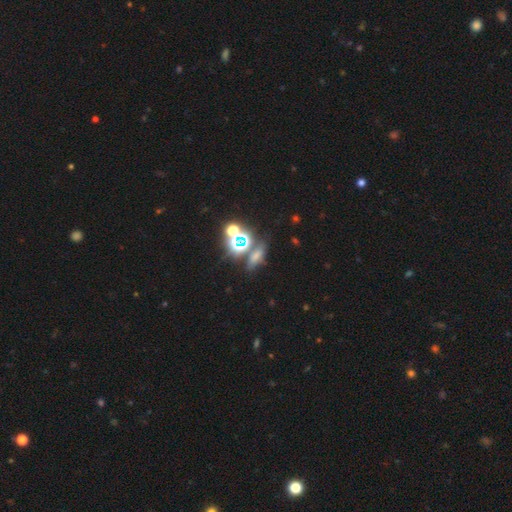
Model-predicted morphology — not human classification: This appears to be a smooth galaxy with no disk features (44%, tied with star or artifact). Merging: none (64%).